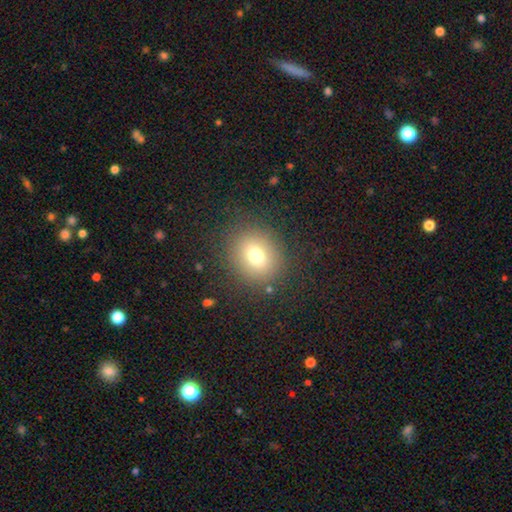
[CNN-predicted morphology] Q: Smooth or featured?
A: smooth (73%); runner-up: star or artifact (15%)
Q: How rounded?
A: round (70%); runner-up: in between (29%)
Q: Merging?
A: none (85%); runner-up: minor disturbance (9%)